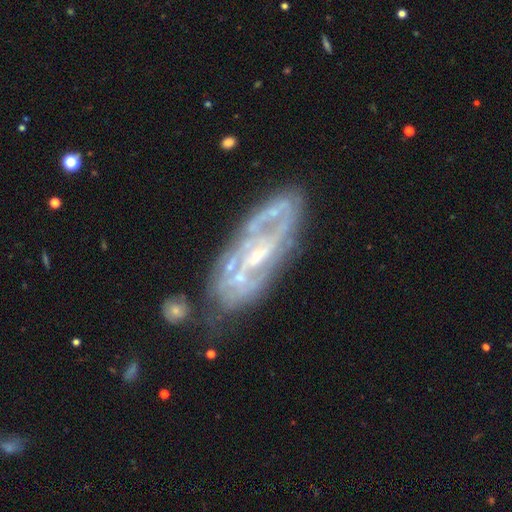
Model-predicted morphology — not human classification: A featured or disk galaxy (80%) with no bar (42%), spiral arms (71%) and a small central bulge (64%).

Vote fractions:
- Smooth or featured? featured or disk: 80% / smooth: 13% / star or artifact: 7%
- Edge-on disk? no: 85% / yes: 15%
- Bar? no: 42% / weak: 36% / strong: 21%
- Spiral arms? yes: 71% / no: 29%
- Bulge size? small: 64% / moderate: 24% / none: 8% / large: 2% / dominant: 1%
- Merging? none: 60% / minor disturbance: 21% / major disturbance: 11% / merger: 8%